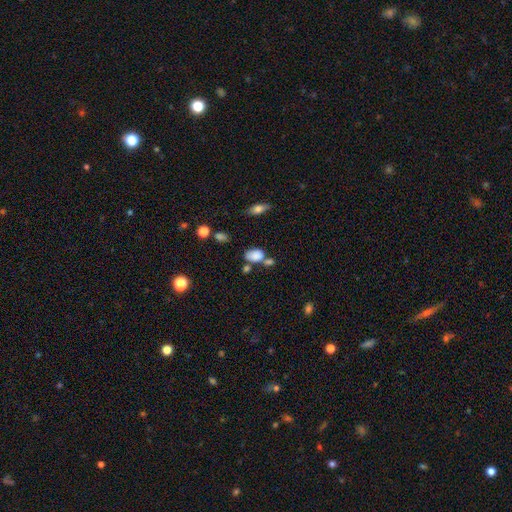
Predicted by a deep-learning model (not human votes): smooth_or_featured: smooth (p=0.81) [alt: star or artifact p=0.11]
how_rounded: in between (p=0.82) [alt: round p=0.16]
merging: none (p=0.45) [alt: merger p=0.29]